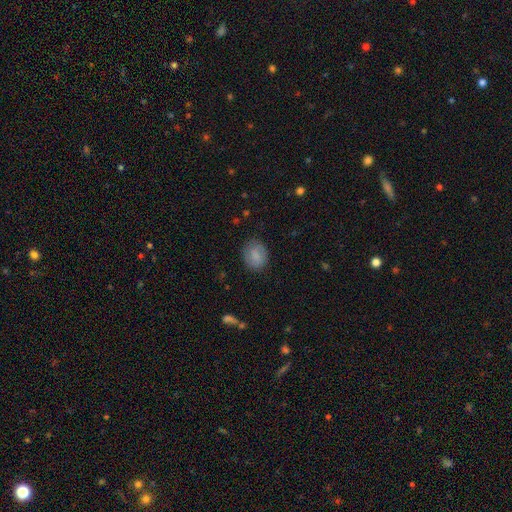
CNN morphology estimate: This is likely a smooth galaxy (80%). How rounded: possibly round (52%). Merging: likely none (80%).